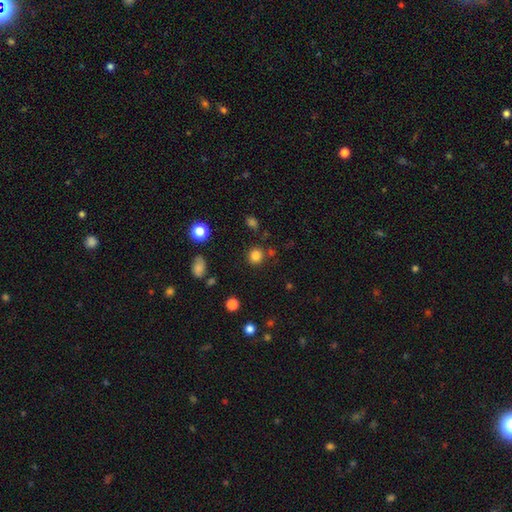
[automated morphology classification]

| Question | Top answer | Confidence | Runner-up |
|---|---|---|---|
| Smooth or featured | smooth | 82% | star or artifact (14%) |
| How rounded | round | 86% | in between (13%) |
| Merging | none | 84% | minor disturbance (9%) |